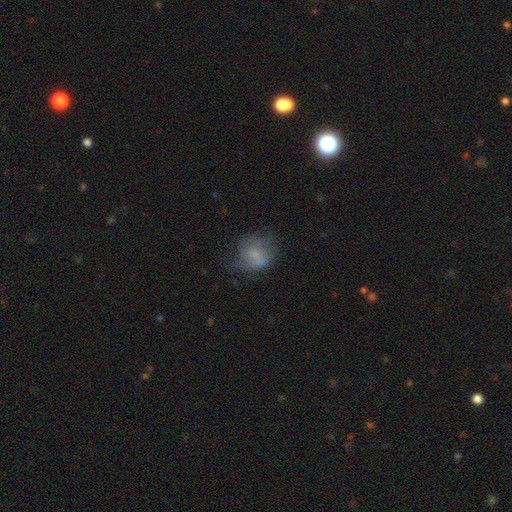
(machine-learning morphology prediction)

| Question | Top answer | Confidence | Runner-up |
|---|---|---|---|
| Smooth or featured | smooth | 56% | featured or disk (32%) |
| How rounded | round | 52% | in between (46%) |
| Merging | none | 42% | minor disturbance (27%) |